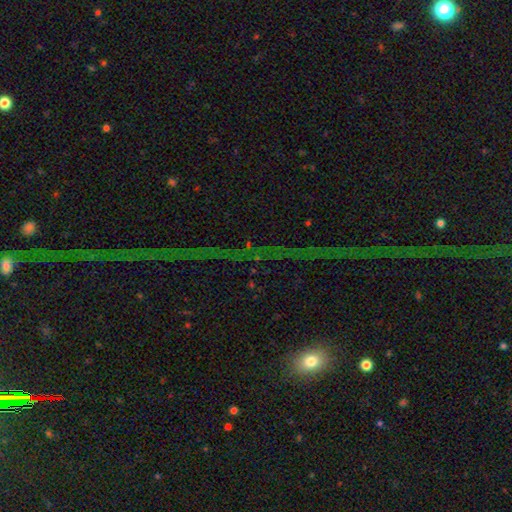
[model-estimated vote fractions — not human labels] A star or artifact, not a galaxy (69%).

Vote fractions:
- Smooth or featured? star or artifact: 69% / smooth: 19% / featured or disk: 12%